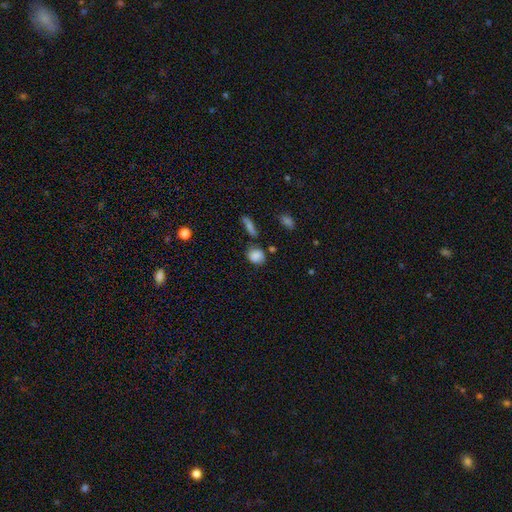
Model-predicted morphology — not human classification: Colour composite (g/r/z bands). It shows a smooth galaxy with no disk features (80%) that is round (68%). Merging: none (65%).